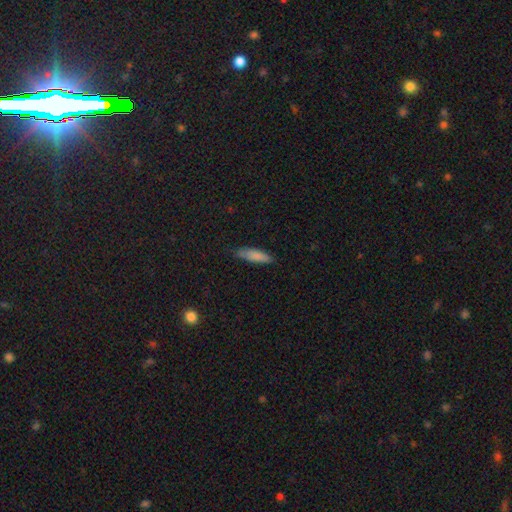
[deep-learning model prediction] Overall: smooth (83%). How rounded: cigar-shaped (62%; in between 36%). Merging: none (79%).